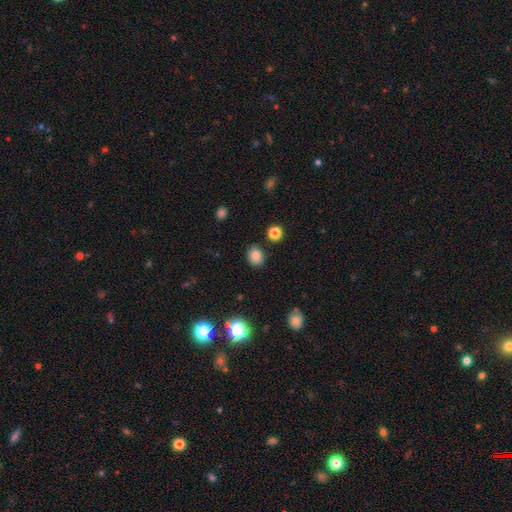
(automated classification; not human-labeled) This is clearly a smooth galaxy (83%). How rounded: possibly round (53%). Merging: clearly none (84%).